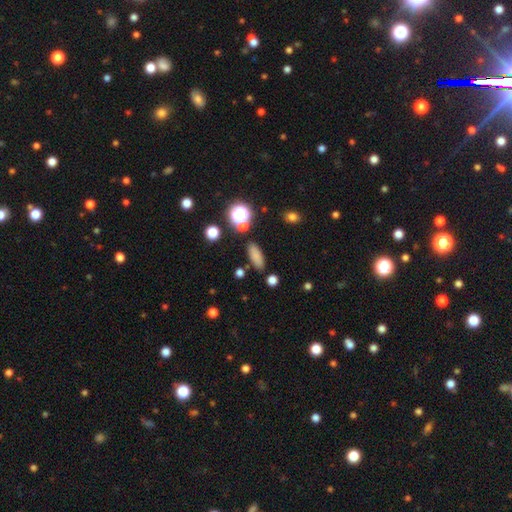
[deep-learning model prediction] Q: Smooth or featured?
A: smooth (79%); runner-up: star or artifact (14%)
Q: How rounded?
A: in between (61%); runner-up: cigar-shaped (33%)
Q: Merging?
A: none (83%); runner-up: minor disturbance (9%)